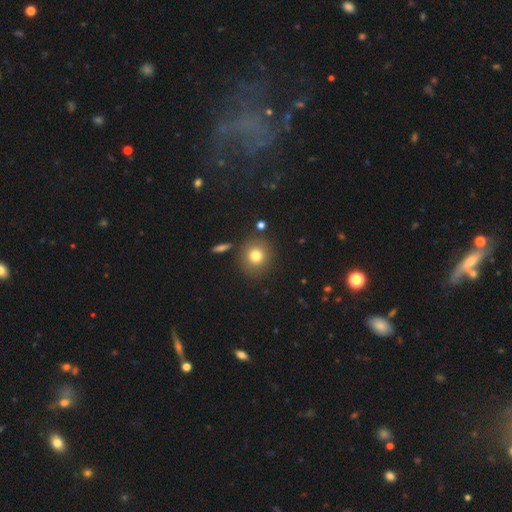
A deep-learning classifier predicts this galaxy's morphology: This is likely a smooth galaxy (79%). How rounded: clearly round (85%). Merging: clearly none (85%).